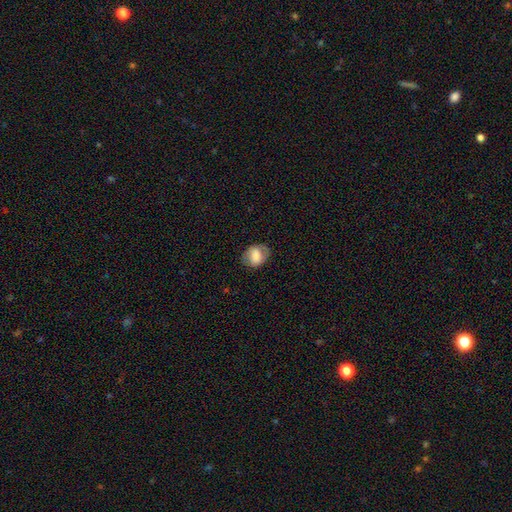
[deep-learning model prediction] The model was most divided on "how rounded": in between: 60%, round: 39%, cigar-shaped: 1%. More confident: merging — none (71%); smooth or featured — smooth (67%).